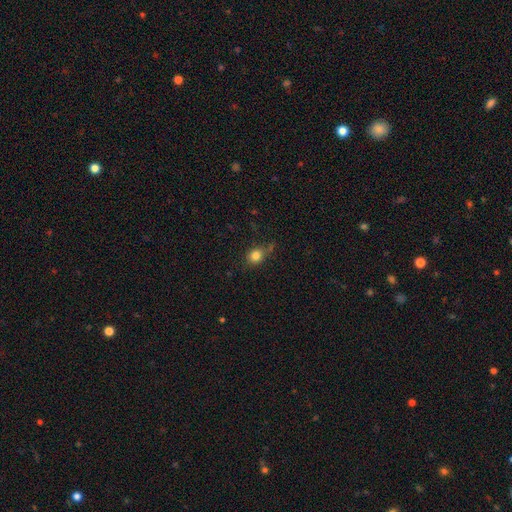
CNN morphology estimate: smooth 81%, star or artifact 11%, featured or disk 7%. Down the decision tree: how rounded — round (72%); merging — none (65%).